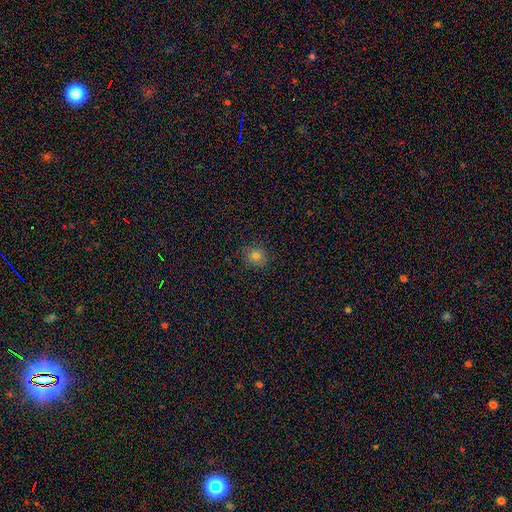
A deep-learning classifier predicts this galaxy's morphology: A smooth galaxy with no disk features (77%) that is round (73%). Merging: none (86%).